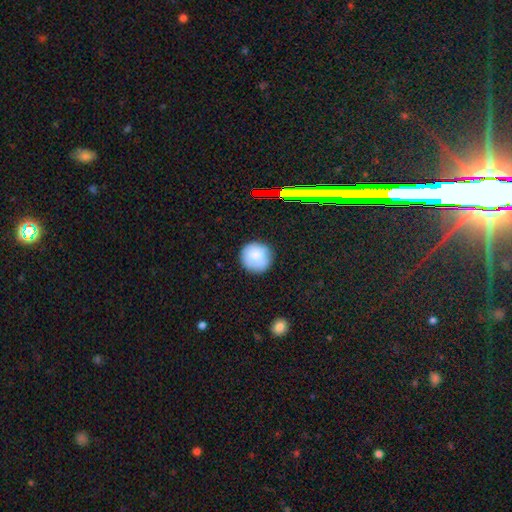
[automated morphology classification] This is clearly a smooth galaxy (80%). How rounded: clearly round (93%). Merging: clearly none (84%).